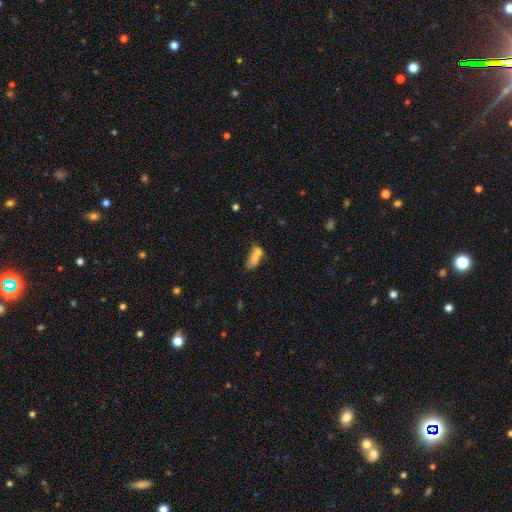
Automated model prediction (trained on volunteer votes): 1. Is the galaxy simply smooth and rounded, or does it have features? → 65% smooth, 23% featured or disk, 12% star or artifact.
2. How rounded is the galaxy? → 73% in between, 16% round, 11% cigar-shaped.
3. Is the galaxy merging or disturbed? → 63% merger, 18% none, 9% minor disturbance, 9% major disturbance.